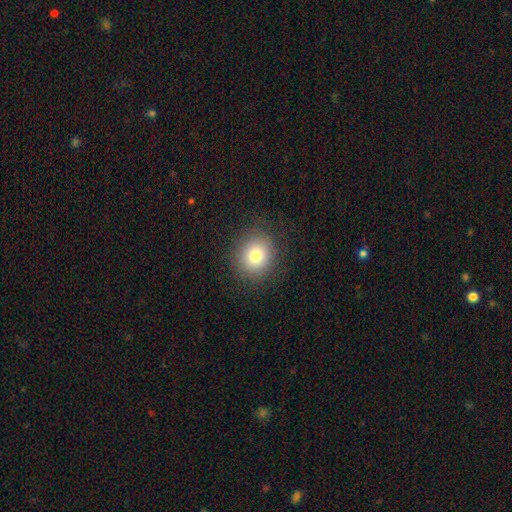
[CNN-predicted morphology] Smooth or featured?
  - smooth: 78% *
  - star or artifact: 12%
  - featured or disk: 10%
How rounded?
  - round: 81% *
  - in between: 18%
  - cigar-shaped: 1%
Merging?
  - none: 87% *
  - minor disturbance: 8%
  - major disturbance: 4%
  - merger: 1%